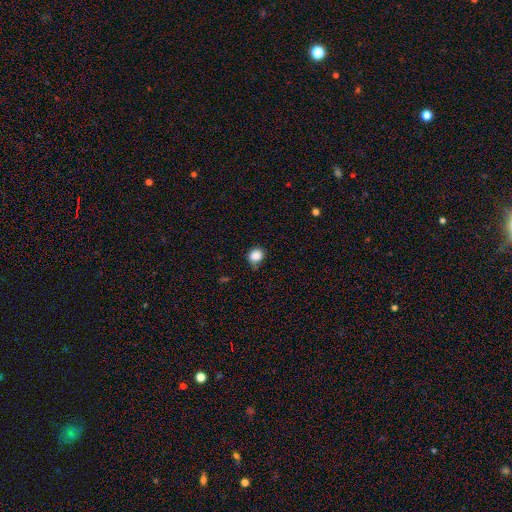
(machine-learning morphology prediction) Smooth or featured: smooth — 87% (star or artifact — 10%)
How rounded: round — 76% (in between — 23%)
Merging: none — 70% (minor disturbance — 22%)